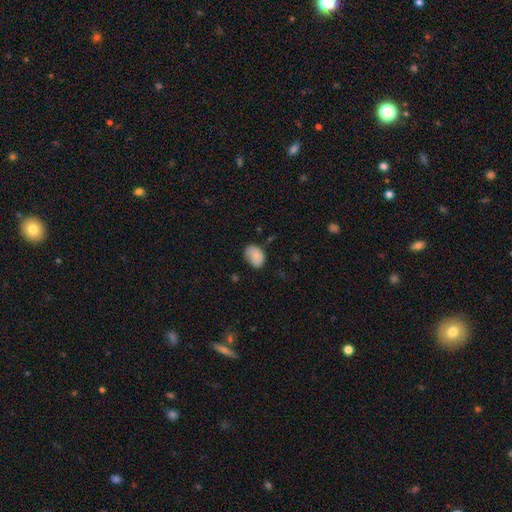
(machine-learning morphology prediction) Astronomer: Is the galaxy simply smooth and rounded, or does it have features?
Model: smooth — 84%.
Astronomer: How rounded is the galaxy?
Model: in between — 79%.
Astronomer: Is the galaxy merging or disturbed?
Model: none — 63%.